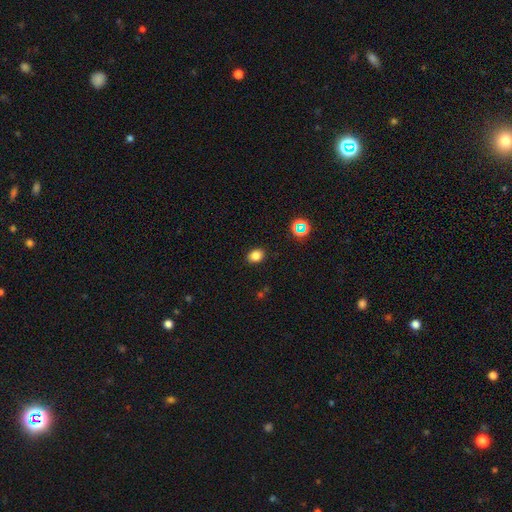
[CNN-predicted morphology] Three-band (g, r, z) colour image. It shows a smooth galaxy with no disk features (80%) that is in between round and cigar-shaped (51%). Merging: none (89%).